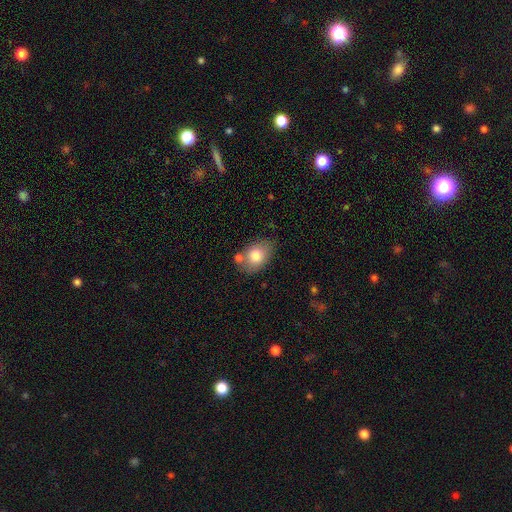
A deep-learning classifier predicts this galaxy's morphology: Smooth or featured? smooth (78%)
How rounded? in between (79%)
Merging? none (67%)